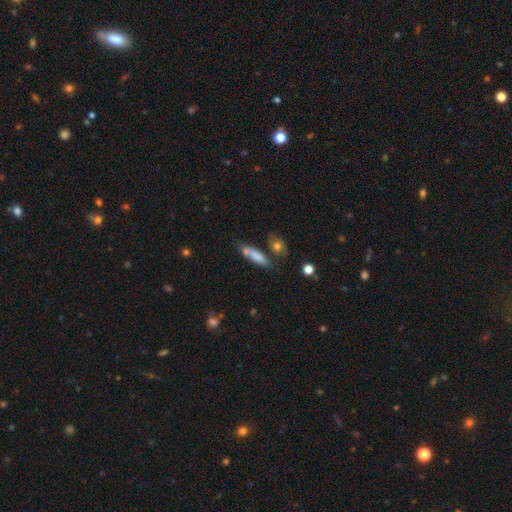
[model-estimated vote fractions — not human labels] Smooth or featured?
  - smooth: 74% *
  - featured or disk: 18%
  - star or artifact: 8%
How rounded?
  - cigar-shaped: 64% *
  - in between: 33%
  - round: 3%
Merging?
  - none: 53% *
  - minor disturbance: 21%
  - merger: 17%
  - major disturbance: 8%